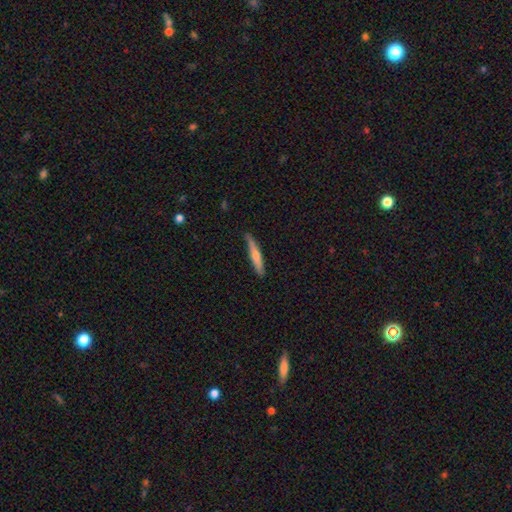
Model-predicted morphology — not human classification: Smooth or featured? Predicted: smooth (p=0.65). How rounded? Predicted: cigar-shaped (p=0.93). Merging? Predicted: none (p=0.81).